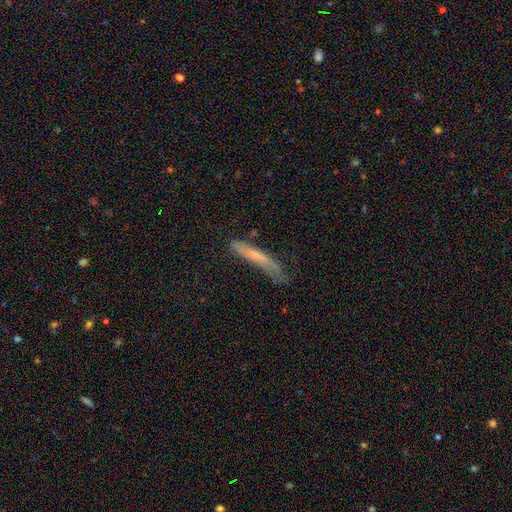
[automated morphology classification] The model was most divided on "merging": none: 50%, minor disturbance: 31%, major disturbance: 15%, merger: 4%. More confident: how rounded — cigar-shaped (92%); smooth or featured — smooth (57%).